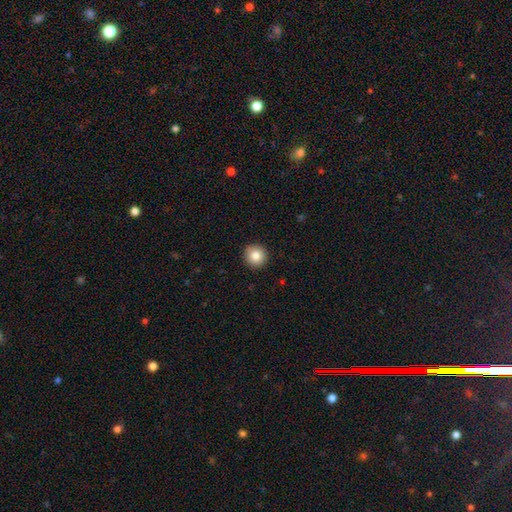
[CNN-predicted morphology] smooth-or-featured: smooth: 84% | star or artifact: 9% | featured or disk: 7%
  how-rounded: round: 95% | in between: 4% | cigar-shaped: 1%
  merging: none: 92% | minor disturbance: 5% | major disturbance: 2% | merger: 1%